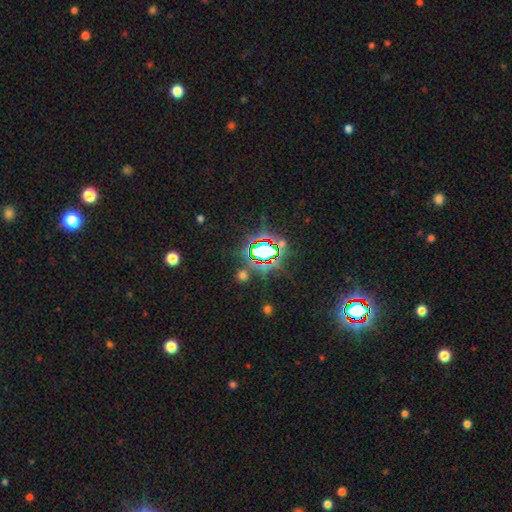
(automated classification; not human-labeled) smooth-or-featured: star or artifact: 70% | smooth: 20% | featured or disk: 10%